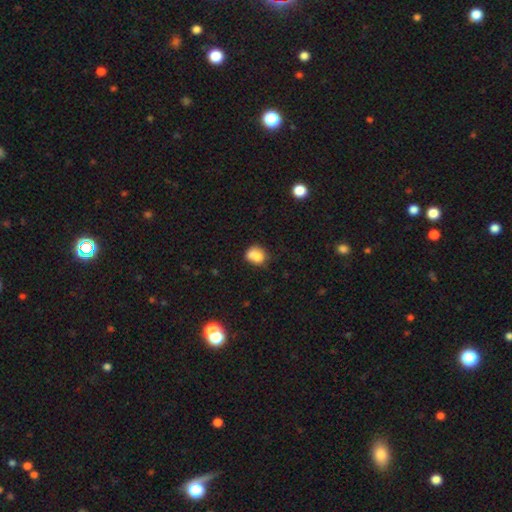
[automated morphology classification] A smooth galaxy with no disk features (78%) that is round (53%).

Vote fractions:
- Smooth or featured? smooth: 78% / featured or disk: 11% / star or artifact: 10%
- How rounded? round: 53% / in between: 45% / cigar-shaped: 1%
- Merging? none: 46% / merger: 23% / minor disturbance: 23% / major disturbance: 8%